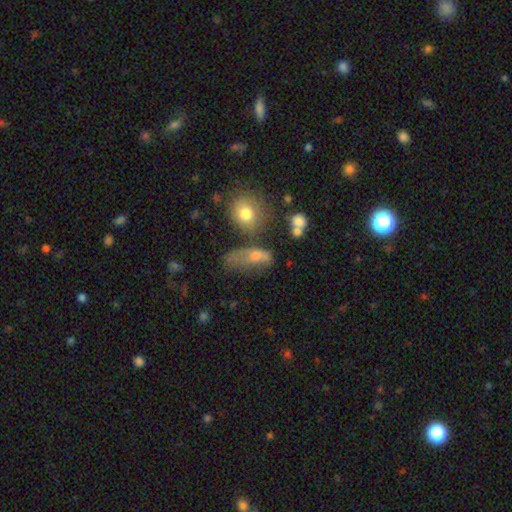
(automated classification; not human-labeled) Smooth or featured? smooth (63%)
How rounded? in between (65%)
Merging? none (33%)